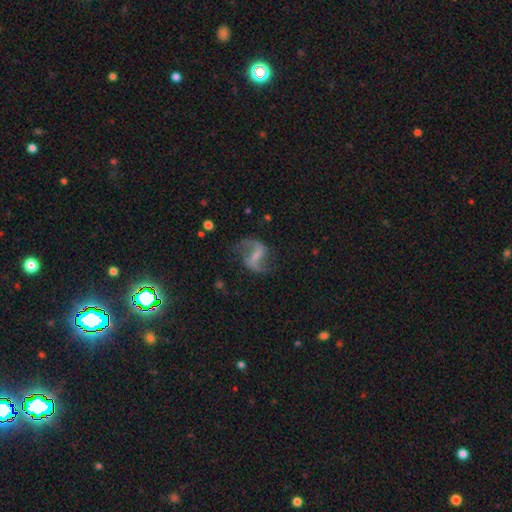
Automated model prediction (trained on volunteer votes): featured or disk 82%, smooth 11%, star or artifact 8%. Down the decision tree: edge-on disk — no (97%); bar — weak (44%); spiral arms — yes (93%); spiral arm count — 2 (91%); spiral winding — loose (63%); bulge size — none (40%); merging — none (68%).